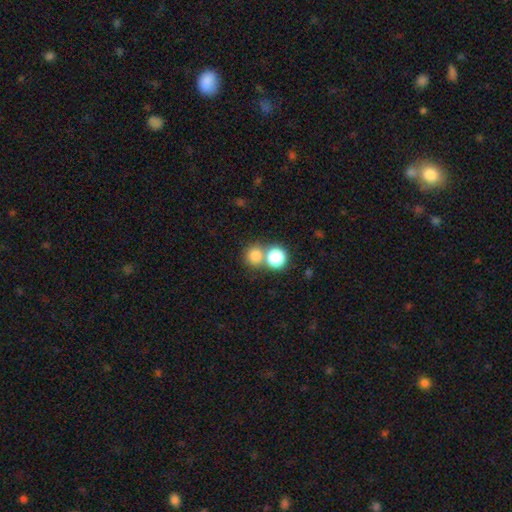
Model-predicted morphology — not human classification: Smooth or featured? Predicted: smooth (p=0.78). How rounded? Predicted: round (p=0.87). Merging? Predicted: none (p=0.53).